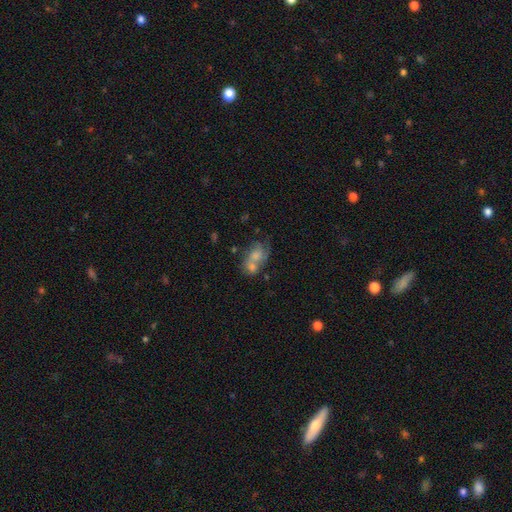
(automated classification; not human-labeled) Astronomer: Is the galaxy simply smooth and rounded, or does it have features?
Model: smooth — 47% (runner-up: featured or disk, 37%).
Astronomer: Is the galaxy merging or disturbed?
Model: merger — 49% (runner-up: none, 31%).